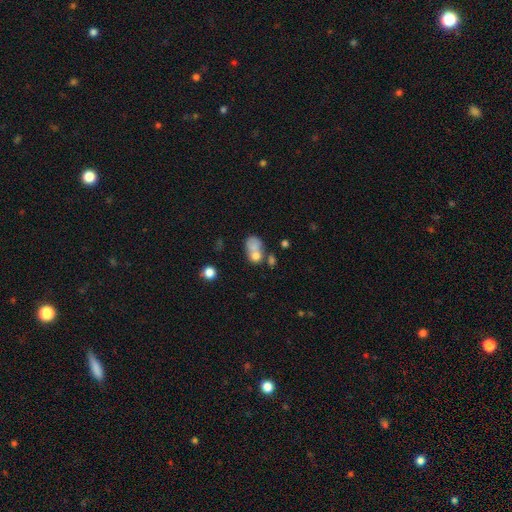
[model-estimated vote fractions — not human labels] smooth_or_featured: smooth (p=0.64) [alt: featured or disk p=0.22]
how_rounded: in between (p=0.61) [alt: round p=0.38]
merging: merger (p=0.44) [alt: none p=0.28]